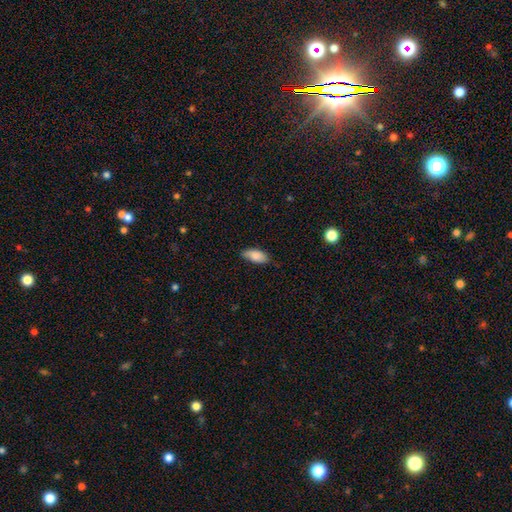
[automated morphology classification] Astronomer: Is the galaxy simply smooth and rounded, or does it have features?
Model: smooth — 85%.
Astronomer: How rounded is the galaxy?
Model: in between — 88%.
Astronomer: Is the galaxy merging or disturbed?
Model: none — 75%.